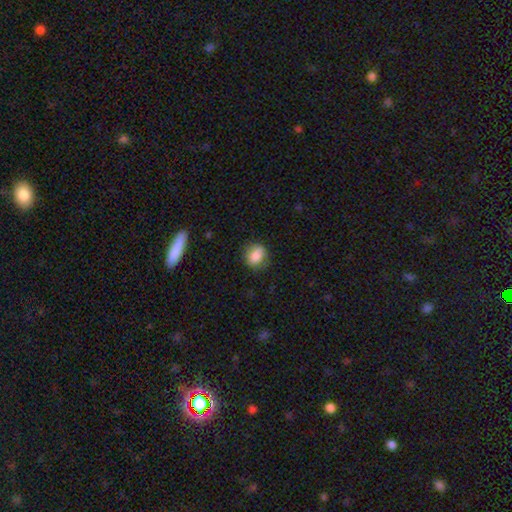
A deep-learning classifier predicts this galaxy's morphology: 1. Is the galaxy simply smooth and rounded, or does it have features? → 84% smooth, 8% featured or disk, 8% star or artifact.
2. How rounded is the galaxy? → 58% round, 40% in between, 1% cigar-shaped.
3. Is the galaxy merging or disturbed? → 78% none, 16% minor disturbance, 4% major disturbance, 1% merger.